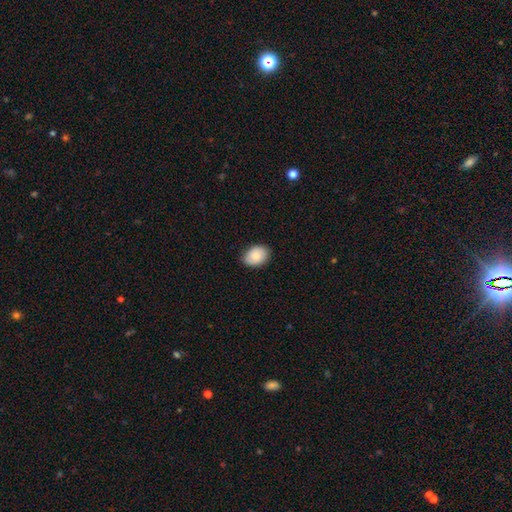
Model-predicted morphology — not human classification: Q: Smooth or featured?
A: smooth (87%); runner-up: featured or disk (7%)
Q: How rounded?
A: in between (80%); runner-up: round (19%)
Q: Merging?
A: none (85%); runner-up: minor disturbance (12%)